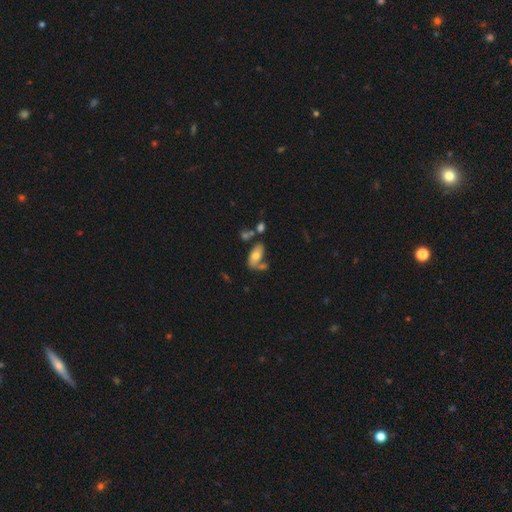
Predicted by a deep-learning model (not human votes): Smooth or featured: smooth — 57% (featured or disk — 34%)
How rounded: in between — 90% (cigar-shaped — 6%)
Merging: none — 39% (merger — 28%)